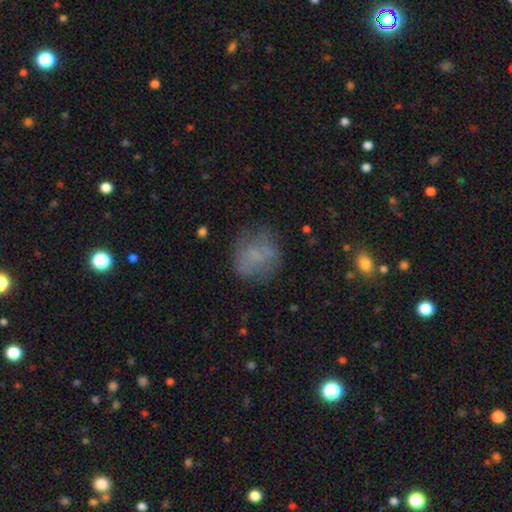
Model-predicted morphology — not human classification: Smooth or featured?
  - smooth: 56% *
  - featured or disk: 29%
  - star or artifact: 15%
How rounded?
  - round: 72% *
  - in between: 27%
  - cigar-shaped: 1%
Merging?
  - none: 64% *
  - minor disturbance: 20%
  - major disturbance: 13%
  - merger: 3%